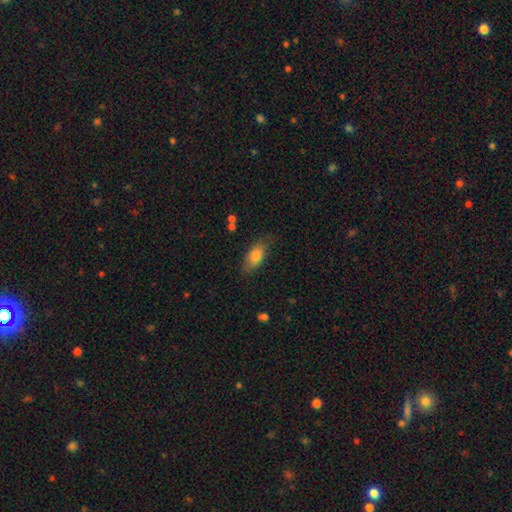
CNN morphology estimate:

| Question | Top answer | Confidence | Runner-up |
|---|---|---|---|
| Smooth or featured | smooth | 80% | featured or disk (13%) |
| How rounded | in between | 87% | cigar-shaped (9%) |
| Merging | none | 75% | minor disturbance (18%) |